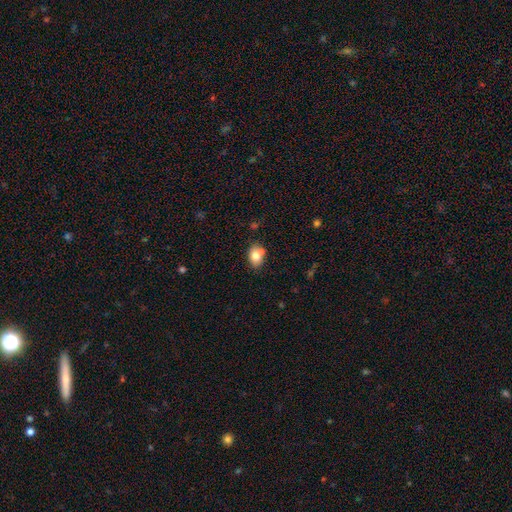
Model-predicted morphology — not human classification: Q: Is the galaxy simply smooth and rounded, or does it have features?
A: smooth — 80%.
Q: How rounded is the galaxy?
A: in between — 71%.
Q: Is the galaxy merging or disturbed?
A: none — 65%.